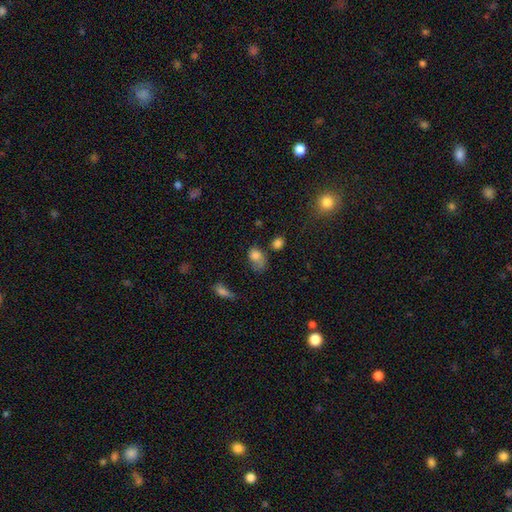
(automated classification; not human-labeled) smooth 76%, featured or disk 14%, star or artifact 11%. Down the decision tree: how rounded — in between (71%); merging — minor disturbance (32%, tied with none).